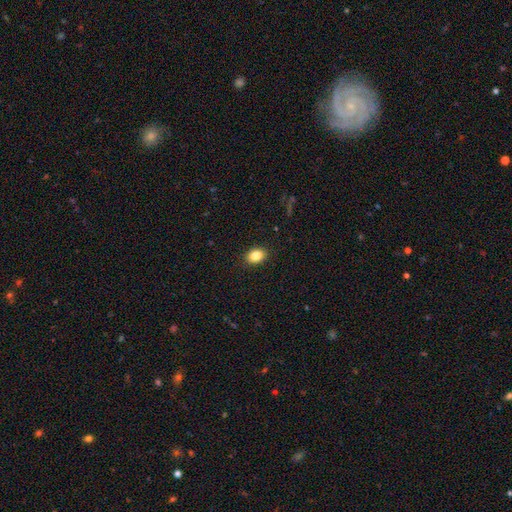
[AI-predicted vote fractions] This appears to be a smooth galaxy with no disk features (85%) that is in between round and cigar-shaped (70%). Merging: none (90%).